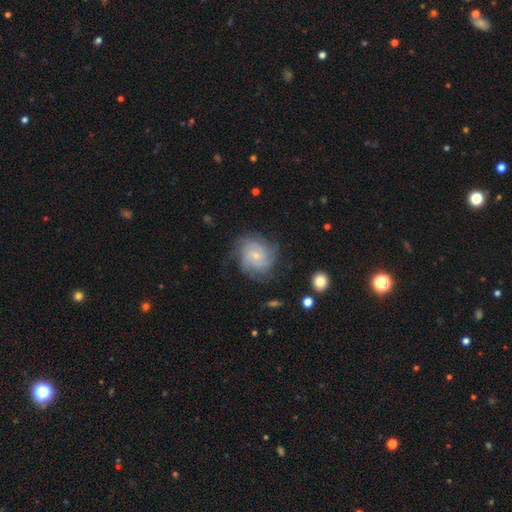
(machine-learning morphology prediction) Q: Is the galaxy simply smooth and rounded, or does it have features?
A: featured or disk — 74%.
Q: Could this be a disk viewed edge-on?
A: no — 98%.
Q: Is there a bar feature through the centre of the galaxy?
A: no — 73%.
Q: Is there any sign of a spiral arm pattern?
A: yes — 94%.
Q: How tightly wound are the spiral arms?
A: tight — 57%.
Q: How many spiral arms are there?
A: can't tell — 34%.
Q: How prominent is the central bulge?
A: small — 76%.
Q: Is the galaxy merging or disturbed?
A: none — 71%.